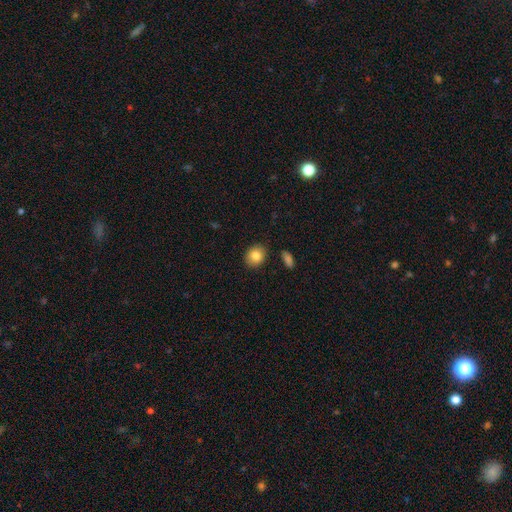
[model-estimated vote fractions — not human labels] Overall: smooth (85%). How rounded: round (57%; in between 42%). Merging: none (85%).